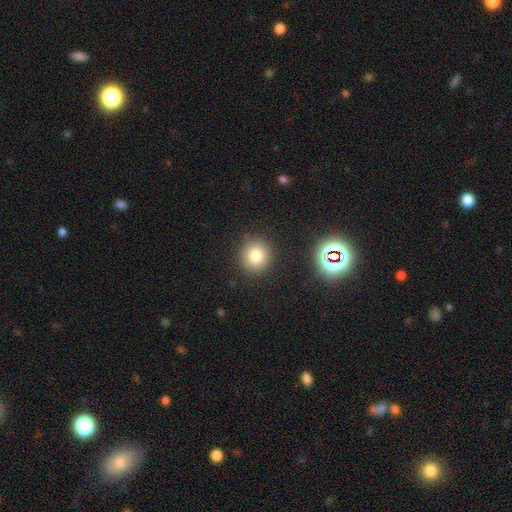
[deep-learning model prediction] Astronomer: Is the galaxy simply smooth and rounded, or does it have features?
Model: smooth — 79%.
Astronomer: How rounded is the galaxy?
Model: round — 90%.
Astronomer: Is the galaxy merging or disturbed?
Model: none — 88%.